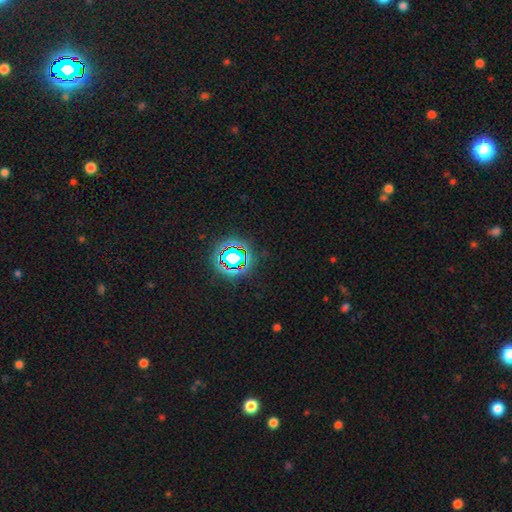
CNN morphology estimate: Smooth or featured? Predicted: star or artifact (p=0.80).